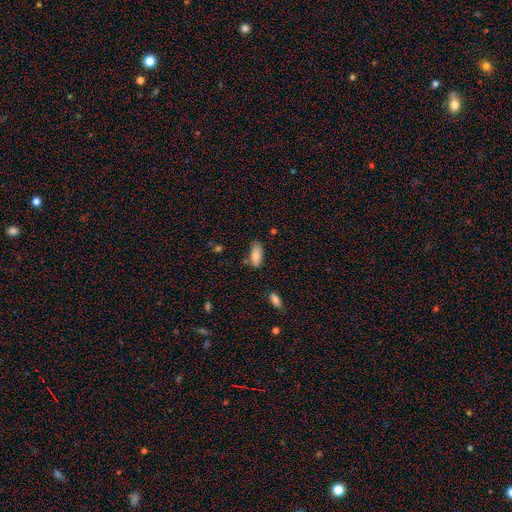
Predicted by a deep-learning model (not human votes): Smooth or featured?
  - smooth: 86% *
  - star or artifact: 7%
  - featured or disk: 7%
How rounded?
  - in between: 86% *
  - cigar-shaped: 12%
  - round: 2%
Merging?
  - none: 66% *
  - minor disturbance: 25%
  - major disturbance: 5%
  - merger: 4%